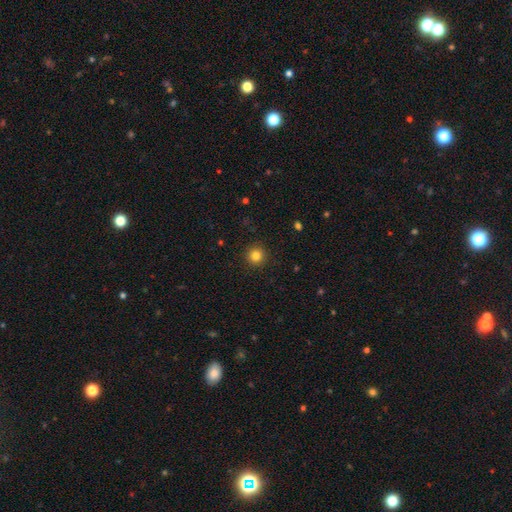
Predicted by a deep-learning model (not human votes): Morphology: type=smooth (83%); roundness=round (95%); merging=none (92%).